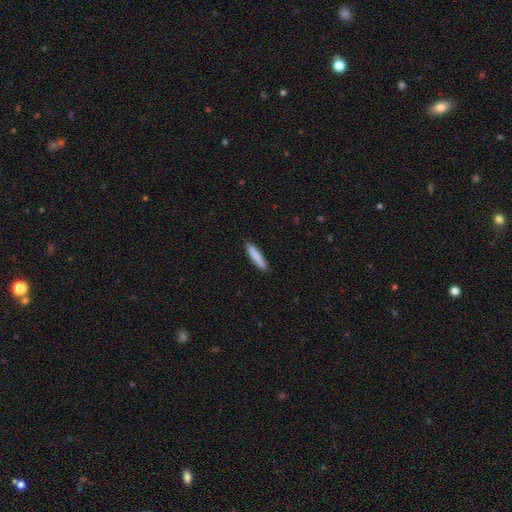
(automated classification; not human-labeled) smooth-or-featured: smooth: 85% | featured or disk: 9% | star or artifact: 6%
  how-rounded: cigar-shaped: 91% | in between: 8% | round: 1%
  merging: none: 91% | minor disturbance: 7% | major disturbance: 1% | merger: 1%